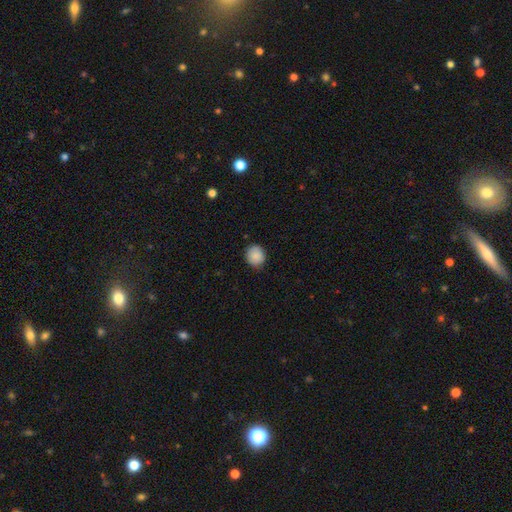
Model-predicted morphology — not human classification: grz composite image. It shows a smooth galaxy with no disk features (88%) that is round (80%). Merging: none (85%).